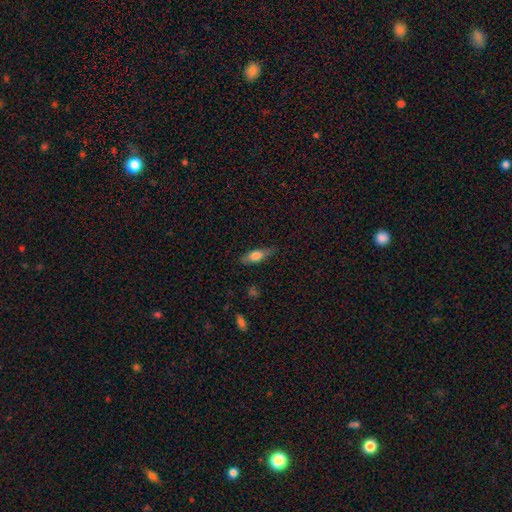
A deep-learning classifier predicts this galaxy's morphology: Smooth or featured? smooth (65%)
How rounded? in between (60%)
Merging? none (76%)